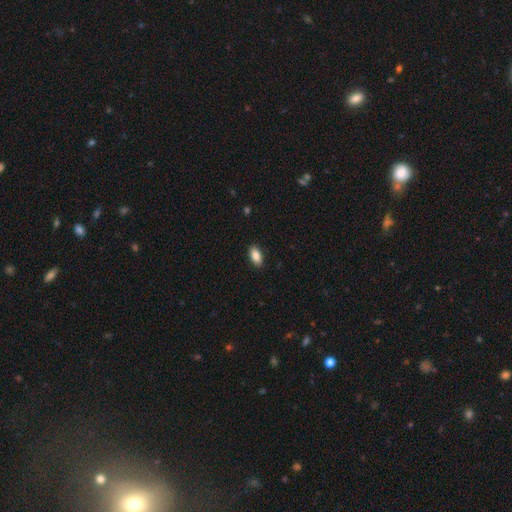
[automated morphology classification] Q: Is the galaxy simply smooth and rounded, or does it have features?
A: smooth — 87%.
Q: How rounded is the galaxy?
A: in between — 91%.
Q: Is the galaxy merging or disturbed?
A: none — 90%.